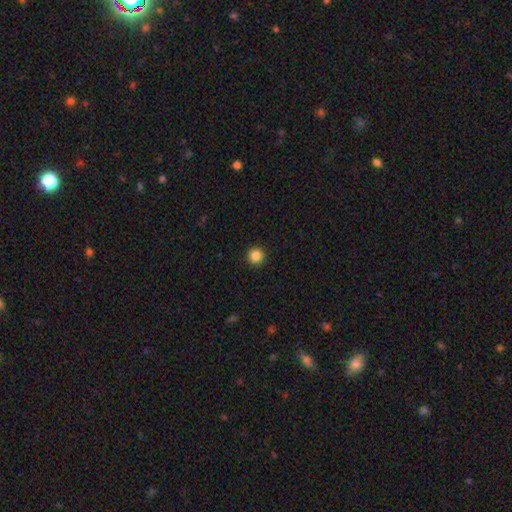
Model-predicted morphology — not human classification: Overall: smooth (86%). How rounded: round (96%). Merging: none (93%).